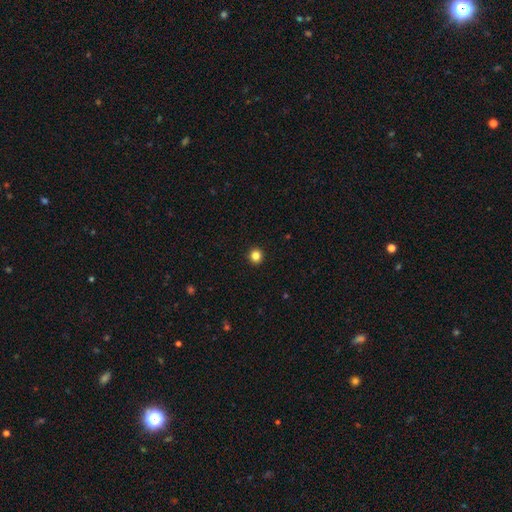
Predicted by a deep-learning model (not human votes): smooth_or_featured: smooth (p=0.84) [alt: star or artifact p=0.12]
how_rounded: round (p=0.93) [alt: in between p=0.06]
merging: none (p=0.94) [alt: minor disturbance p=0.04]